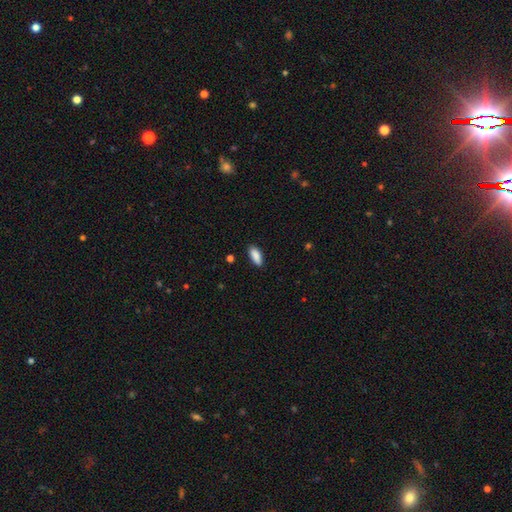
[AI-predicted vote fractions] This appears to be a smooth galaxy with no disk features (89%) that is in between round and cigar-shaped (79%). Merging: none (86%).